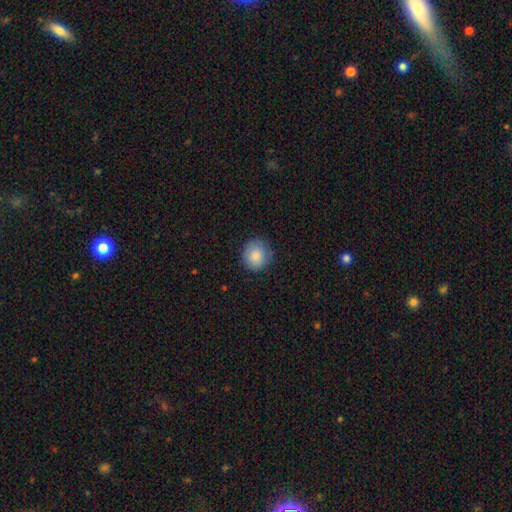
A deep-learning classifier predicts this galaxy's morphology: This appears to be a smooth galaxy with no disk features (87%) that is round (89%). Merging: none (85%).